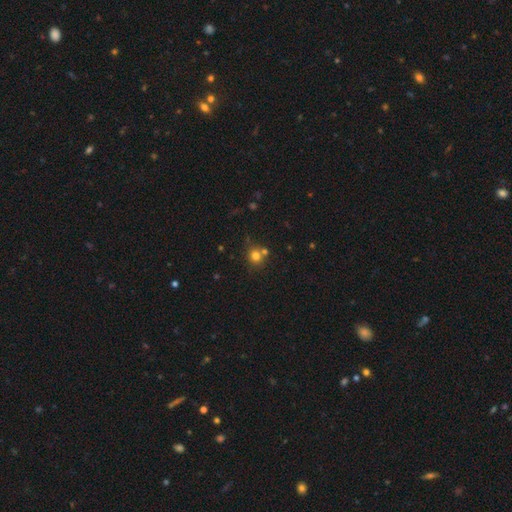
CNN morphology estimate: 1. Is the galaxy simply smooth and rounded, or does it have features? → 76% smooth, 16% star or artifact, 8% featured or disk.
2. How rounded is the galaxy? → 86% round, 13% in between, 1% cigar-shaped.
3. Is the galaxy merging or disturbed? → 64% none, 23% merger, 9% minor disturbance, 4% major disturbance.